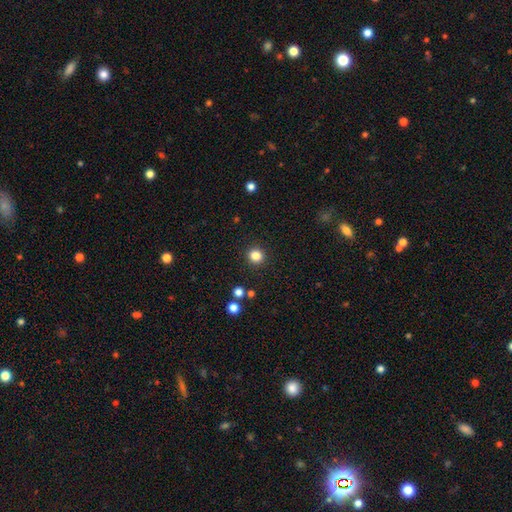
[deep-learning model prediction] Morphology: type=smooth (84%); roundness=round (91%); merging=none (92%).